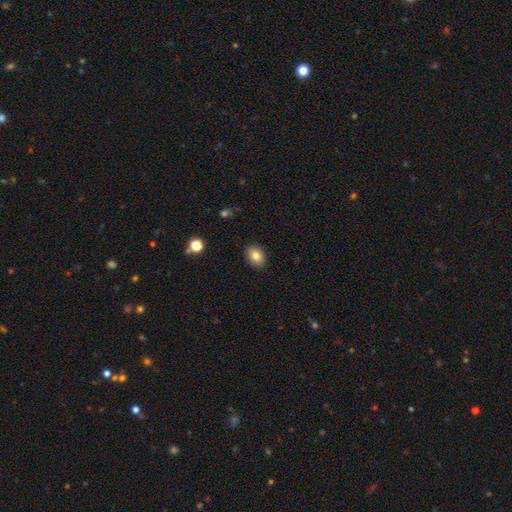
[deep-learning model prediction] Morphology: type=smooth (82%); roundness=in between (67%); merging=none (89%).